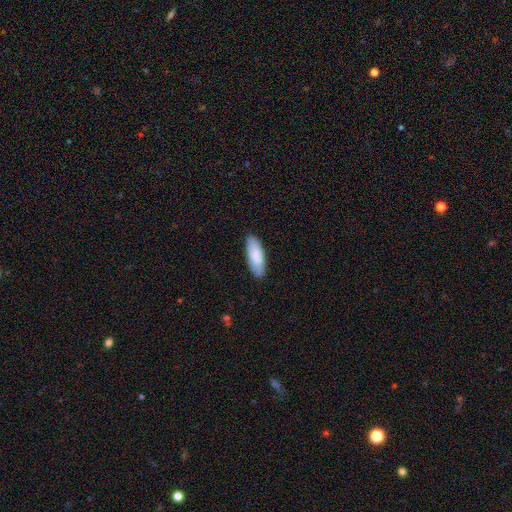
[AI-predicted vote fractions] This appears to be a smooth galaxy with no disk features (87%) that is in between round and cigar-shaped (70%). Merging: none (87%).